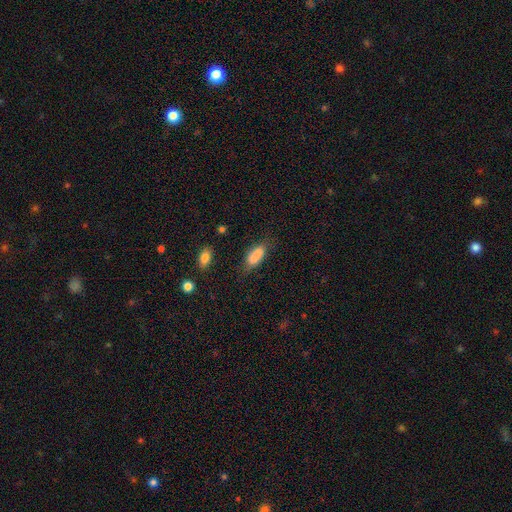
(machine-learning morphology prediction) The model was most divided on "how rounded": in between: 65%, cigar-shaped: 32%, round: 3%. More confident: smooth or featured — smooth (78%); merging — none (58%).